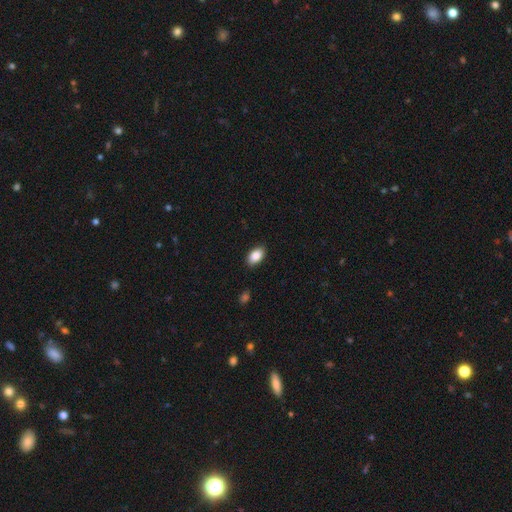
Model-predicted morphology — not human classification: This is clearly a smooth galaxy (87%). How rounded: clearly in between (91%). Merging: clearly none (89%).